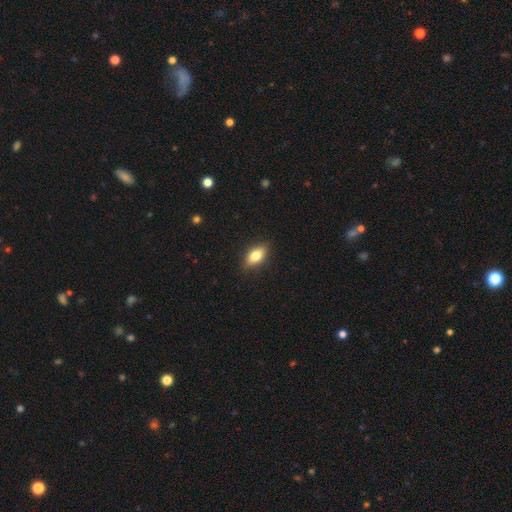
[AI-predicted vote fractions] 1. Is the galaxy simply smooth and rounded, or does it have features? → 76% smooth, 17% featured or disk, 7% star or artifact.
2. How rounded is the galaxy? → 85% in between, 10% cigar-shaped, 6% round.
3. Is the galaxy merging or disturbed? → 86% none, 11% minor disturbance, 2% major disturbance, 1% merger.